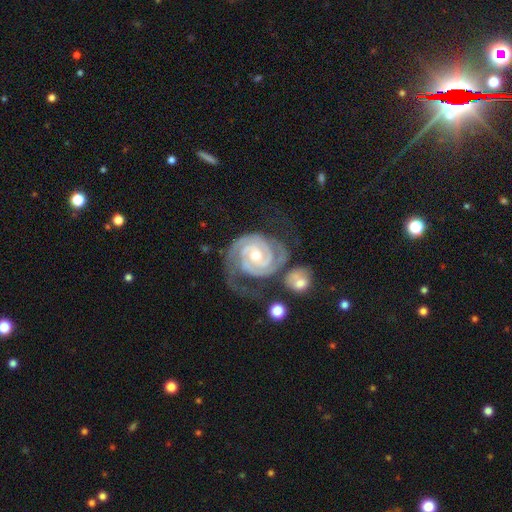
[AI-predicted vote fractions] Smooth or featured?
  - featured or disk: 94% *
  - star or artifact: 4%
  - smooth: 3%
Edge-on disk?
  - no: 98% *
  - yes: 2%
Bar?
  - no: 50% *
  - weak: 34%
  - strong: 15%
Spiral arms?
  - yes: 99% *
  - no: 1%
Spiral winding?
  - tight: 76% *
  - medium: 21%
  - loose: 3%
Spiral arm count?
  - 2: 68% *
  - 3: 17%
  - can't tell: 6%
  - 4: 3%
  - 1: 3%
  - more than 4: 3%
Bulge size?
  - moderate: 55% *
  - small: 42%
  - large: 2%
  - none: 1%
  - dominant: 1%
Merging?
  - none: 56% *
  - minor disturbance: 20%
  - major disturbance: 15%
  - merger: 9%